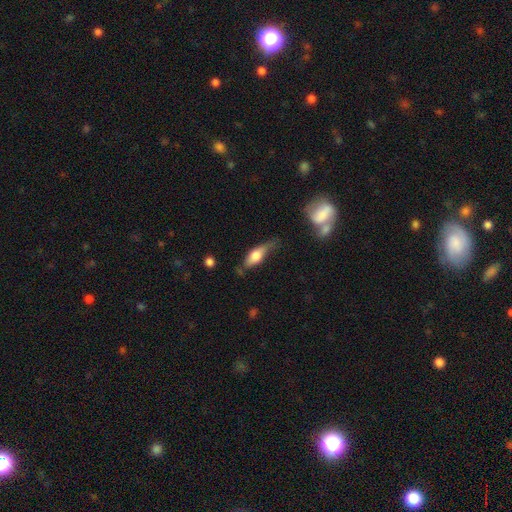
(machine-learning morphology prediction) A smooth galaxy with no disk features (57%) that is in between round and cigar-shaped (63%).

Vote fractions:
- Smooth or featured? smooth: 57% / featured or disk: 36% / star or artifact: 7%
- How rounded? in between: 63% / cigar-shaped: 33% / round: 4%
- Merging? none: 47% / minor disturbance: 34% / major disturbance: 13% / merger: 5%